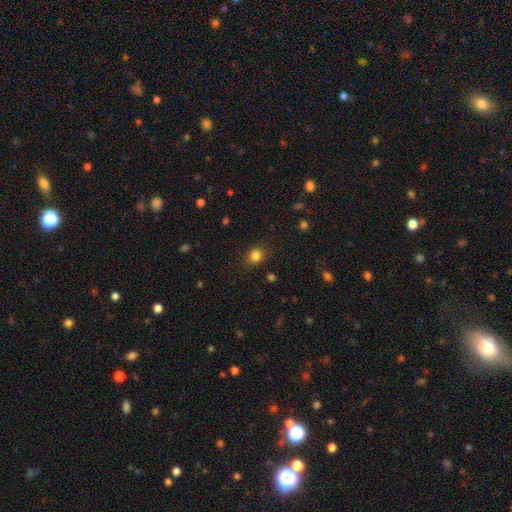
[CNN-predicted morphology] A smooth galaxy with no disk features (82%) that is round (72%).

Vote fractions:
- Smooth or featured? smooth: 82% / star or artifact: 13% / featured or disk: 5%
- How rounded? round: 72% / in between: 27% / cigar-shaped: 1%
- Merging? none: 86% / minor disturbance: 9% / major disturbance: 3% / merger: 1%